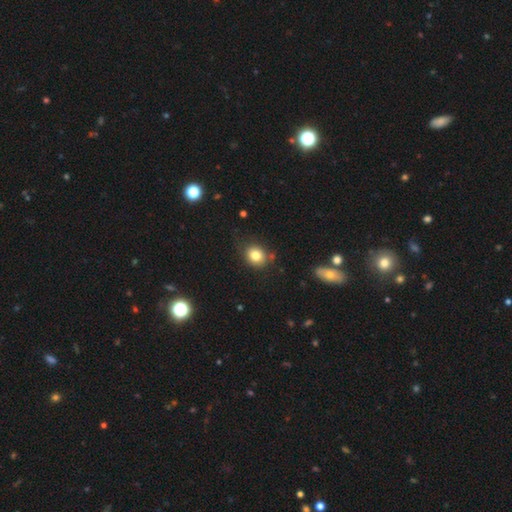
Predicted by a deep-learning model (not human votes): smooth 81%, star or artifact 11%, featured or disk 8%. Down the decision tree: how rounded — round (64%); merging — none (78%).